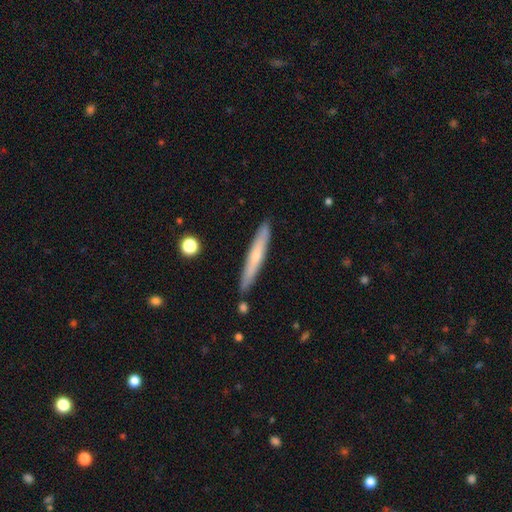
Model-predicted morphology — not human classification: Q: Smooth or featured?
A: smooth (50%); runner-up: featured or disk (44%)
Q: How rounded?
A: cigar-shaped (95%); runner-up: in between (4%)
Q: Merging?
A: none (87%); runner-up: minor disturbance (9%)